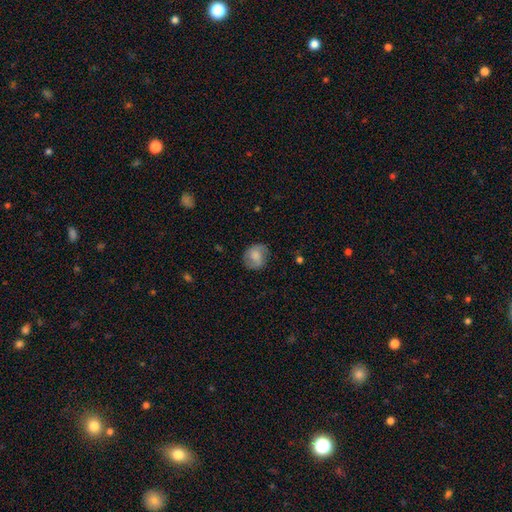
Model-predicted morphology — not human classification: smooth-or-featured: smooth: 68% | featured or disk: 24% | star or artifact: 8%
  how-rounded: round: 72% | in between: 27% | cigar-shaped: 1%
  merging: none: 71% | minor disturbance: 21% | major disturbance: 7% | merger: 1%